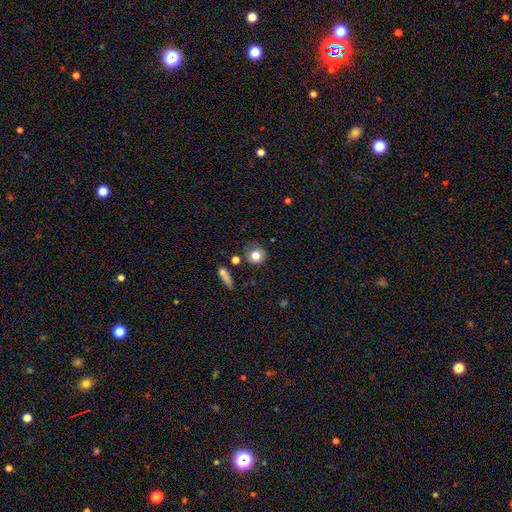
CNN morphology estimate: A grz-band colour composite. It shows a smooth galaxy with no disk features (79%) that is round (88%). Merging: none (72%).